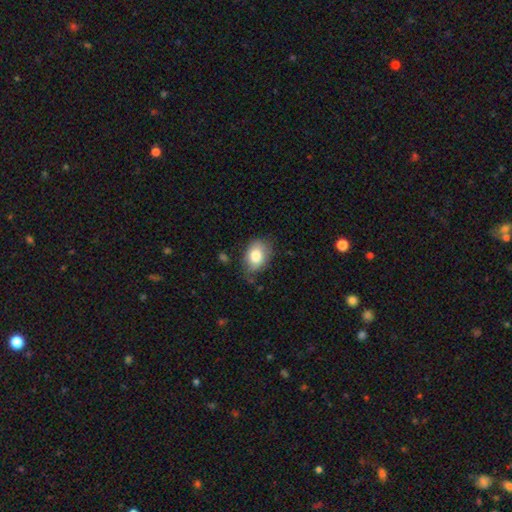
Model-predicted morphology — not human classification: smooth-or-featured: smooth: 81% | featured or disk: 11% | star or artifact: 8%
  how-rounded: in between: 74% | round: 25% | cigar-shaped: 1%
  merging: none: 64% | minor disturbance: 27% | major disturbance: 6% | merger: 2%